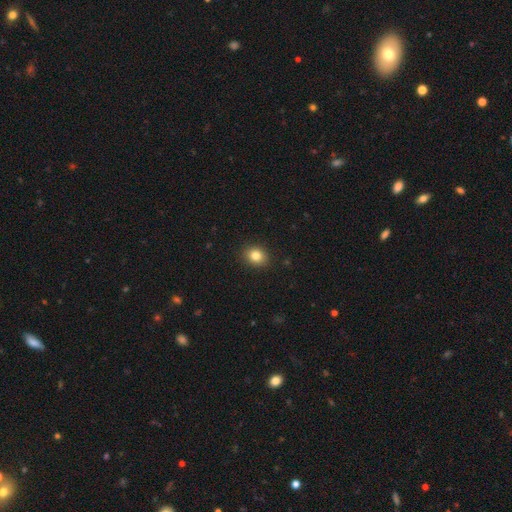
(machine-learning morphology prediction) Smooth or featured: smooth — 83% (star or artifact — 11%)
How rounded: round — 63% (in between — 36%)
Merging: none — 90% (minor disturbance — 7%)